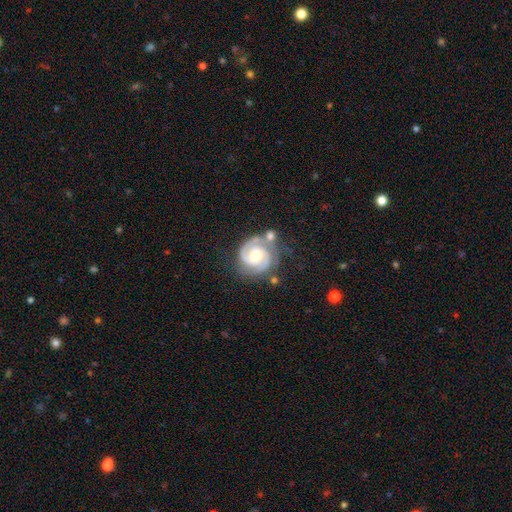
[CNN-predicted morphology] Smooth or featured? Predicted: featured or disk (p=0.90). Edge-on disk? Predicted: no (p=0.98). Bar? Predicted: no (p=0.52). Spiral arms? Predicted: yes (p=0.98). Spiral winding? Predicted: tight (p=0.61). Spiral arm count? Predicted: 2 (p=0.81). Bulge size? Predicted: moderate (p=0.62). Merging? Predicted: none (p=0.62).